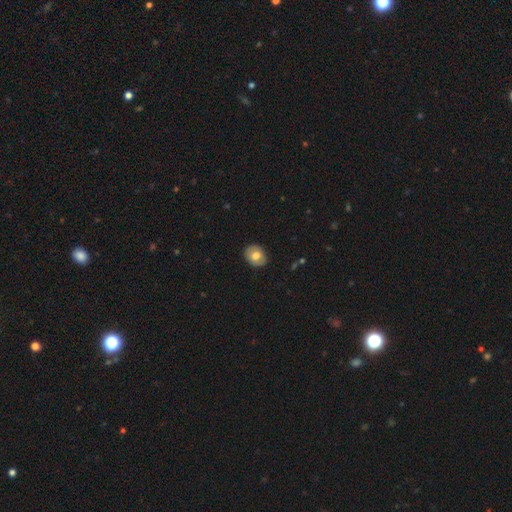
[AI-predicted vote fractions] This appears to be a smooth galaxy with no disk features (70%) that is in between round and cigar-shaped (57%). Merging: none (87%).